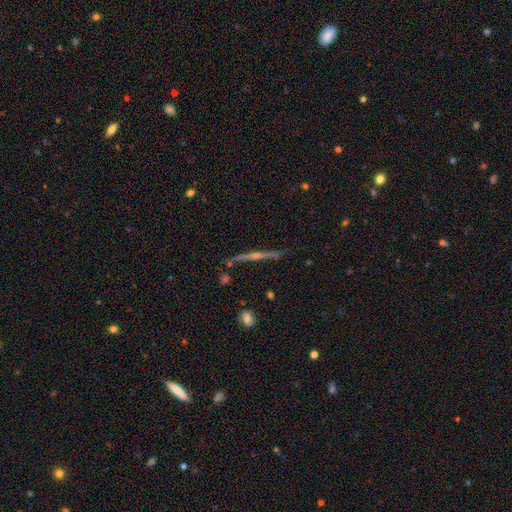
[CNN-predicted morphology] Q: Smooth or featured?
A: featured or disk (74%); runner-up: smooth (16%)
Q: Edge-on disk?
A: yes (97%); runner-up: no (3%)
Q: Edge-on bulge?
A: rounded (57%); runner-up: none (33%)
Q: Merging?
A: none (85%); runner-up: minor disturbance (9%)